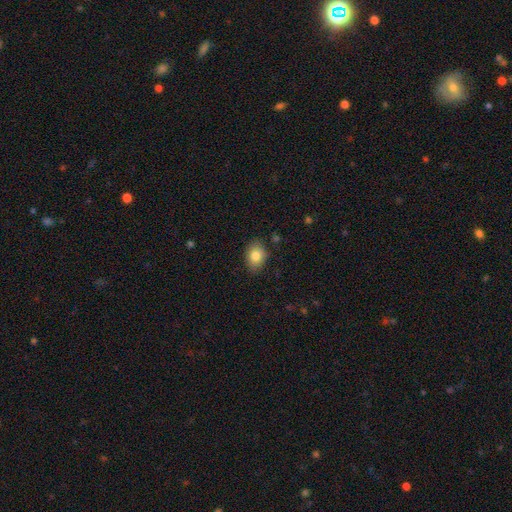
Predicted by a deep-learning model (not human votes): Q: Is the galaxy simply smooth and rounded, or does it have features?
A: smooth — 82%.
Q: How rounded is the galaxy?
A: in between — 74%.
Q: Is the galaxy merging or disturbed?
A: none — 84%.